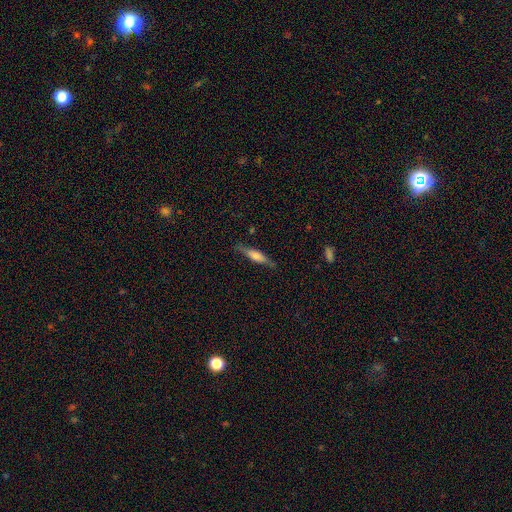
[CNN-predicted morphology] Smooth or featured: featured or disk — 50% (smooth — 44%)
Merging: none — 82% (minor disturbance — 14%)